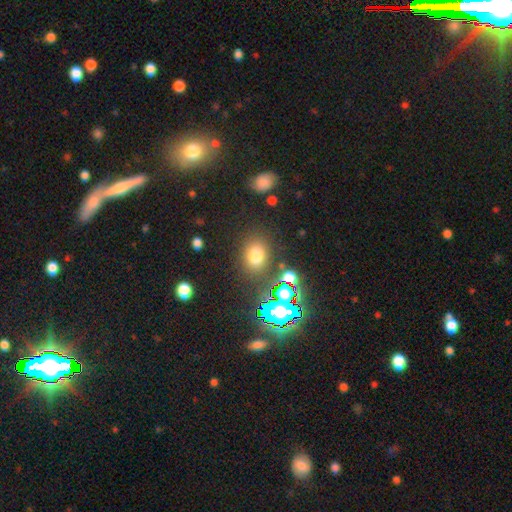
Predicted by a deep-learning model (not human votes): A smooth galaxy with no disk features (71%) that is in between round and cigar-shaped (53%).

Vote fractions:
- Smooth or featured? smooth: 71% / star or artifact: 21% / featured or disk: 8%
- How rounded? in between: 53% / round: 45% / cigar-shaped: 1%
- Merging? none: 81% / minor disturbance: 10% / merger: 5% / major disturbance: 4%